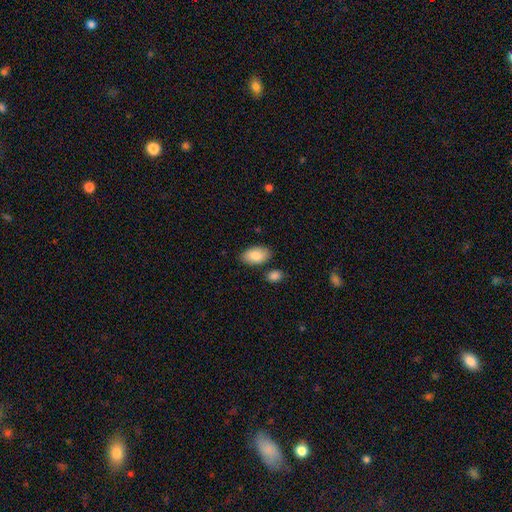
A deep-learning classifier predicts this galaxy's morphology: Overall: smooth (86%). How rounded: in between (94%). Merging: none (82%).